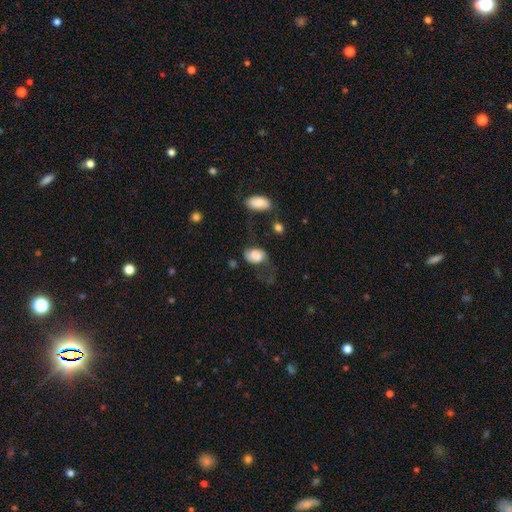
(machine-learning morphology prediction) The model was most divided on "merging": none: 35%, major disturbance: 33%, minor disturbance: 26%, merger: 5%. More confident: how rounded — in between (80%); smooth or featured — smooth (72%).